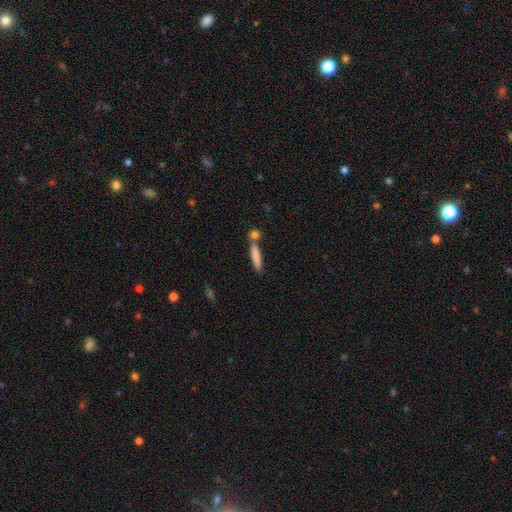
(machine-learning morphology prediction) This appears to be a smooth galaxy with no disk features (79%) that is cigar-shaped (85%). Merging: none (65%).